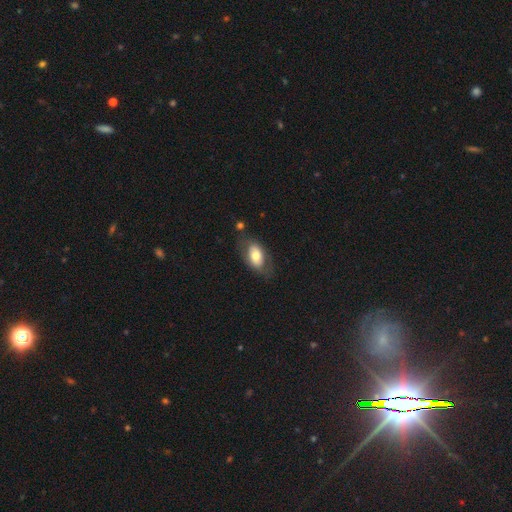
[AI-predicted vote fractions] A smooth galaxy with no disk features (65%) that is in between round and cigar-shaped (90%).

Vote fractions:
- Smooth or featured? smooth: 65% / featured or disk: 29% / star or artifact: 7%
- How rounded? in between: 90% / round: 7% / cigar-shaped: 2%
- Merging? none: 66% / minor disturbance: 20% / major disturbance: 10% / merger: 3%